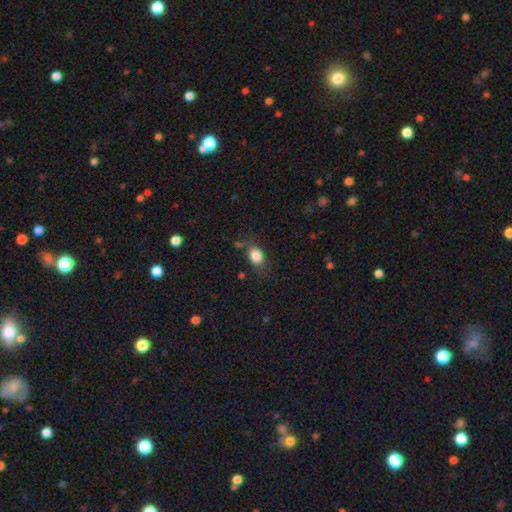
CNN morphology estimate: This is clearly a smooth galaxy (85%). How rounded: likely in between (76%). Merging: likely none (71%).